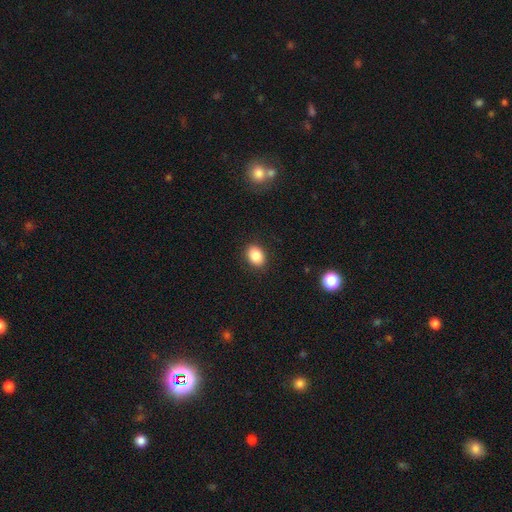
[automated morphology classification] Smooth or featured? Predicted: smooth (p=0.86). How rounded? Predicted: in between (p=0.67). Merging? Predicted: none (p=0.88).